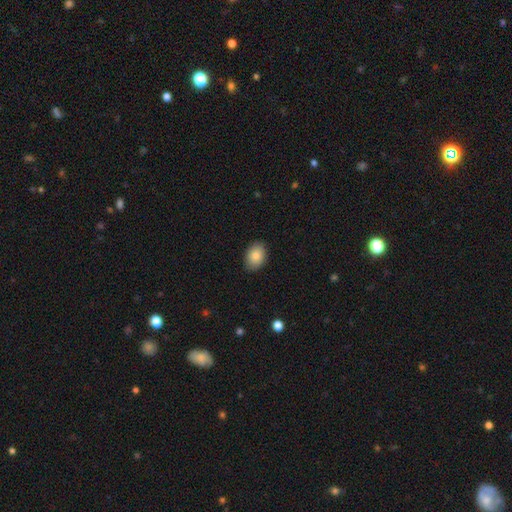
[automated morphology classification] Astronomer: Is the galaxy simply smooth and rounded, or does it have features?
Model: smooth — 86%.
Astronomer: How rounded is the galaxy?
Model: in between — 83%.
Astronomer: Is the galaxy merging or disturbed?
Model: none — 87%.